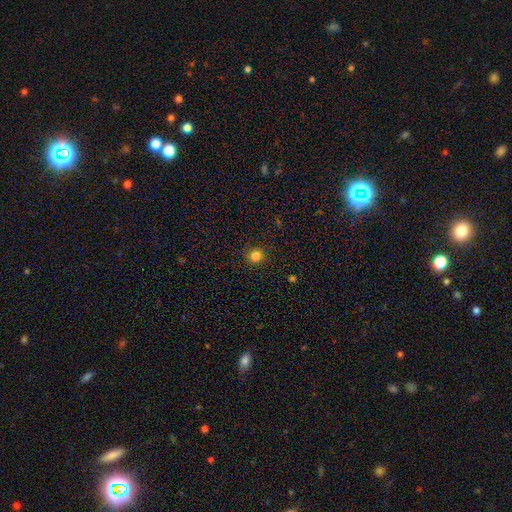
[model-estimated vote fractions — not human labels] smooth_or_featured: smooth (p=0.82) [alt: star or artifact p=0.14]
how_rounded: round (p=0.94) [alt: in between p=0.05]
merging: none (p=0.91) [alt: minor disturbance p=0.06]